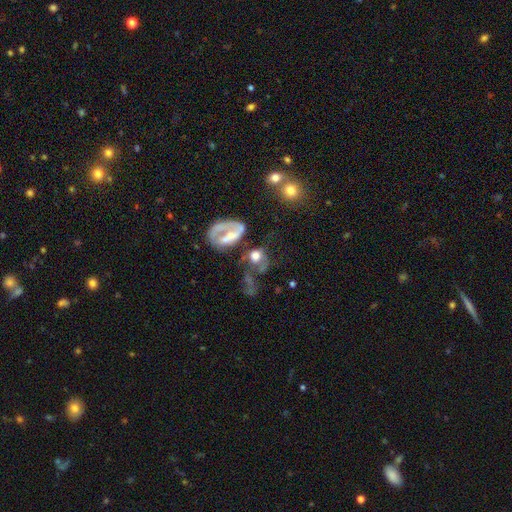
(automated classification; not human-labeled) Smooth or featured? Predicted: smooth (p=0.48). Merging? Predicted: major disturbance (p=0.29, tied with merger).